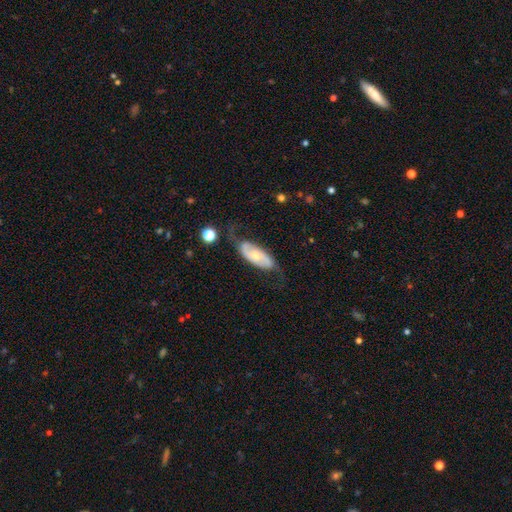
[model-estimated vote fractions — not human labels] This appears to be a featured or disk galaxy (67%) with no bar (70%), spiral arms (78%) and a moderate central bulge (48%, tied with small). Merging: none (58%).